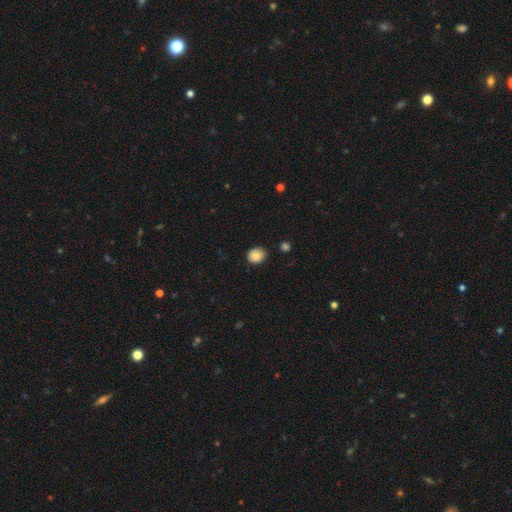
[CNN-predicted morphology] This appears to be a smooth galaxy with no disk features (83%) that is round (67%). Merging: none (84%).